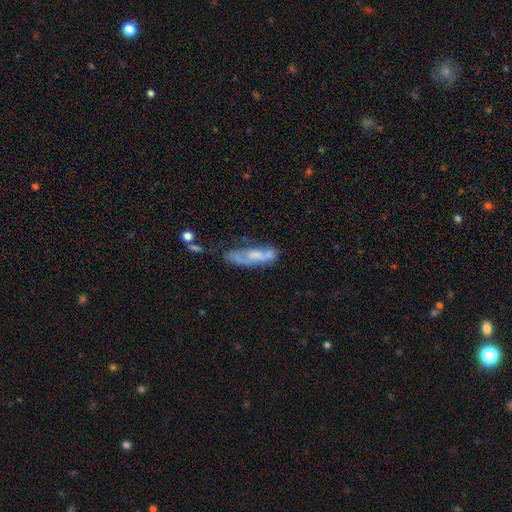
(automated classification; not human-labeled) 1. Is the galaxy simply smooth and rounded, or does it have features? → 50% featured or disk, 41% smooth, 8% star or artifact.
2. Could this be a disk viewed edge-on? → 70% no, 30% yes.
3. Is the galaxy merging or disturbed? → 42% none, 28% minor disturbance, 19% major disturbance, 11% merger.